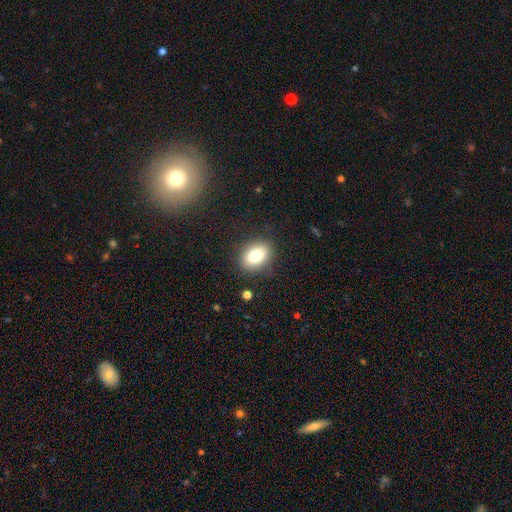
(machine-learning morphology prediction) This appears to be a smooth galaxy with no disk features (79%) that is in between round and cigar-shaped (72%). Merging: none (85%).